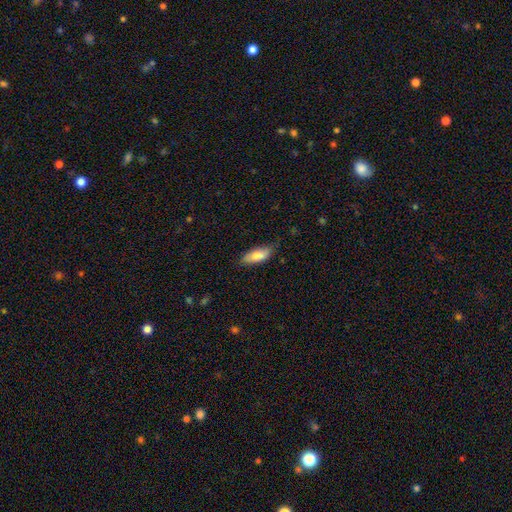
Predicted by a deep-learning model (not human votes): smooth-or-featured: smooth: 80% | featured or disk: 14% | star or artifact: 6%
  how-rounded: in between: 75% | cigar-shaped: 23% | round: 2%
  merging: none: 71% | minor disturbance: 23% | major disturbance: 4% | merger: 1%